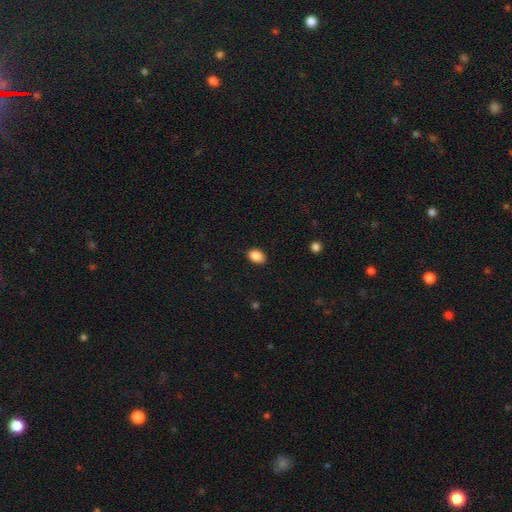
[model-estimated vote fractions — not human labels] Smooth or featured?
  - smooth: 88% *
  - star or artifact: 8%
  - featured or disk: 4%
How rounded?
  - in between: 83% *
  - round: 16%
  - cigar-shaped: 1%
Merging?
  - none: 88% *
  - minor disturbance: 9%
  - major disturbance: 2%
  - merger: 1%